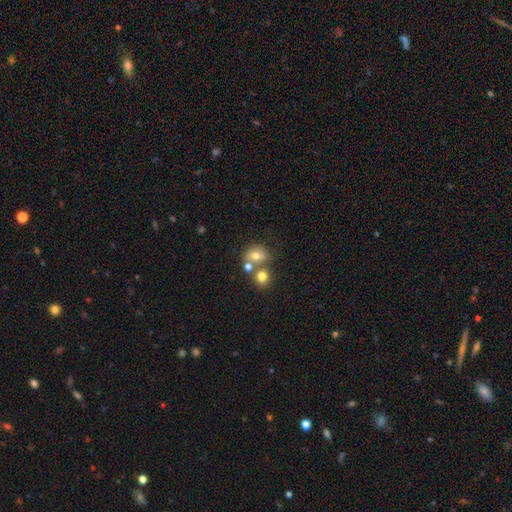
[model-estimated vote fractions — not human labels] Q: Smooth or featured?
A: smooth (68%); runner-up: featured or disk (18%)
Q: How rounded?
A: round (67%); runner-up: in between (32%)
Q: Merging?
A: none (46%); runner-up: merger (37%)